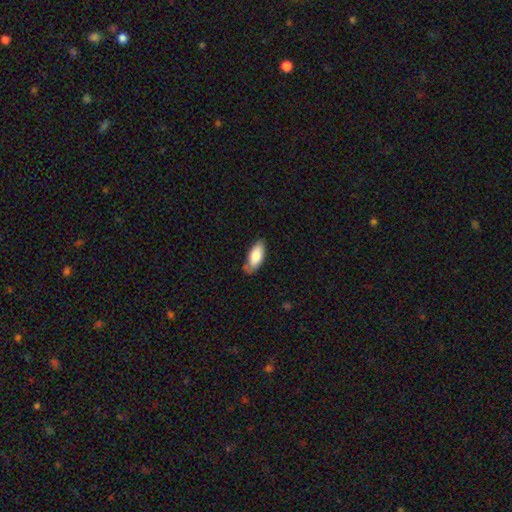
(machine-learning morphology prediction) Smooth or featured?
  - smooth: 78% *
  - featured or disk: 16%
  - star or artifact: 6%
How rounded?
  - in between: 85% *
  - cigar-shaped: 13%
  - round: 2%
Merging?
  - none: 69% *
  - minor disturbance: 24%
  - major disturbance: 5%
  - merger: 2%